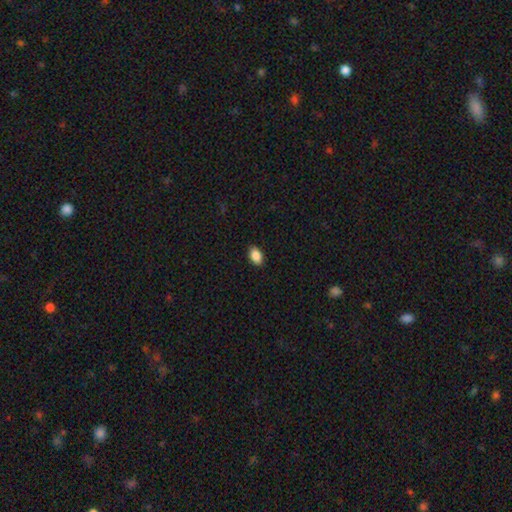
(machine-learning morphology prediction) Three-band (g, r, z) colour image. It shows a smooth galaxy with no disk features (88%) that is in between round and cigar-shaped (88%). Merging: none (89%).